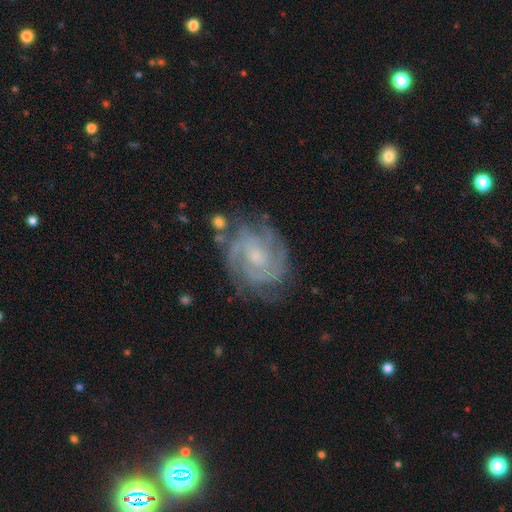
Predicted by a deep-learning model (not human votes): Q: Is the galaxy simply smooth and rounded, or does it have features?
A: featured or disk — 87%.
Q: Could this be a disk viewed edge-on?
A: no — 98%.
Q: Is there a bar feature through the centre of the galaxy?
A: no — 58%.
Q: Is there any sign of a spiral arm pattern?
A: yes — 97%.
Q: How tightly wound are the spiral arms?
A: tight — 61%.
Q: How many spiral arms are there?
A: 2 — 31%.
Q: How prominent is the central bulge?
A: small — 57%.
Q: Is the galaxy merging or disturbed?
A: none — 72%.